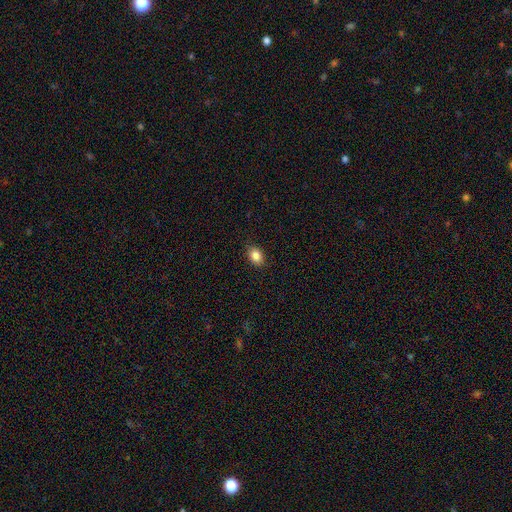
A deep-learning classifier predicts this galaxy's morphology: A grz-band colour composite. It shows a smooth galaxy with no disk features (86%) that is in between round and cigar-shaped (70%). Merging: none (88%).